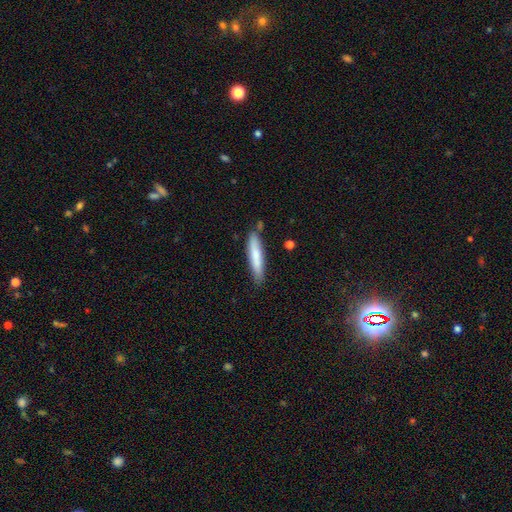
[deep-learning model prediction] Morphology: type=smooth (73%); roundness=cigar-shaped (87%); merging=none (79%).